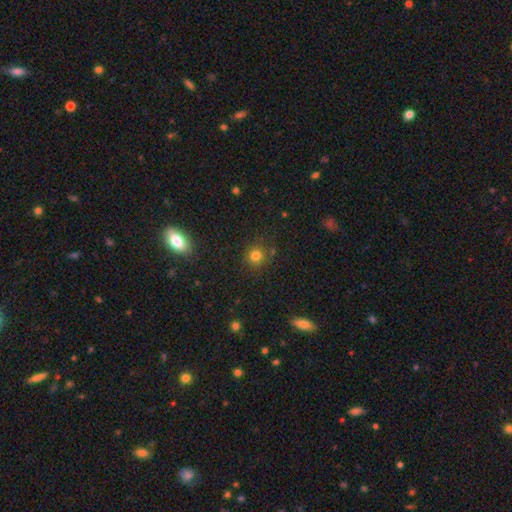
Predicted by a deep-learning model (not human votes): A smooth galaxy with no disk features (77%) that is round (91%). Merging: none (83%).